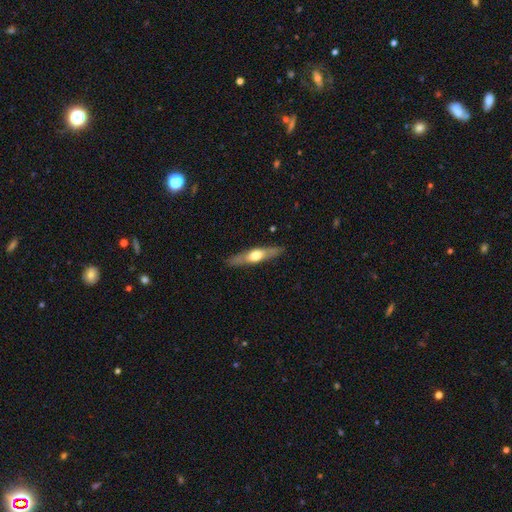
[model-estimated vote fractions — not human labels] Overall: featured or disk (57%; smooth 38%). Edge-on disk: yes (91%). Edge-on bulge: rounded (92%). Merging: none (88%).